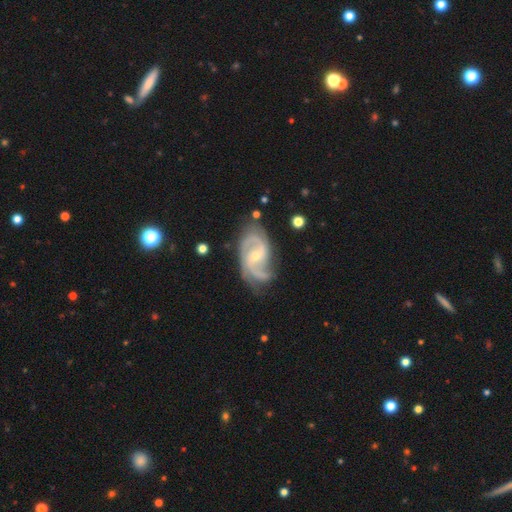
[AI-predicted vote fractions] Morphology: type=featured or disk (91%); edge-on=no (97%); bar=weak (43%); spiral arms=yes (98%); winding=medium (51%); arm count=2 (54%); bulge=small (60%); merging=none (65%).